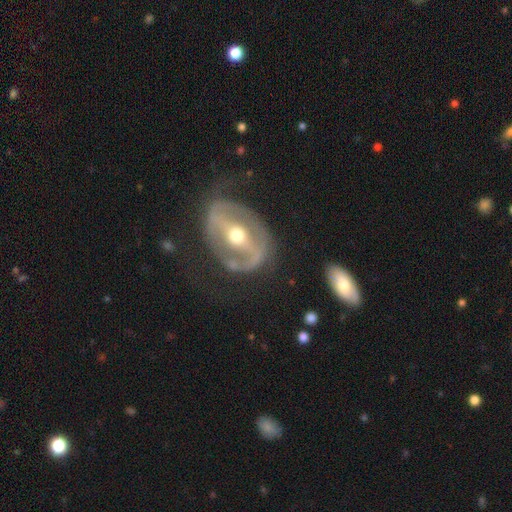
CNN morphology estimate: Q: Smooth or featured?
A: featured or disk (84%); runner-up: smooth (11%)
Q: Edge-on disk?
A: no (93%); runner-up: yes (7%)
Q: Bar?
A: strong (61%); runner-up: weak (25%)
Q: Spiral arms?
A: yes (69%); runner-up: no (31%)
Q: Spiral winding?
A: medium (42%); runner-up: tight (32%)
Q: Spiral arm count?
A: 2 (78%); runner-up: can't tell (12%)
Q: Bulge size?
A: moderate (73%); runner-up: small (18%)
Q: Merging?
A: none (67%); runner-up: minor disturbance (17%)